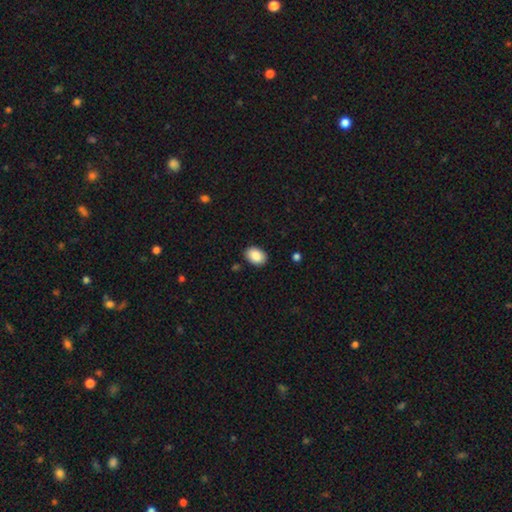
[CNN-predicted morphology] Overall: smooth (88%). How rounded: in between (83%). Merging: none (88%).